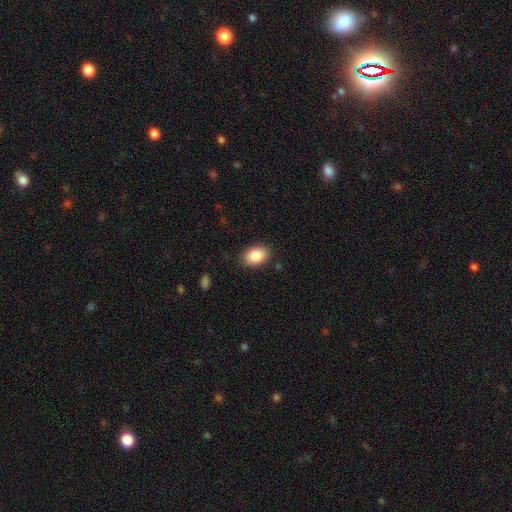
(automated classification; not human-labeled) This appears to be a smooth galaxy with no disk features (87%) that is in between round and cigar-shaped (84%). Merging: none (87%).